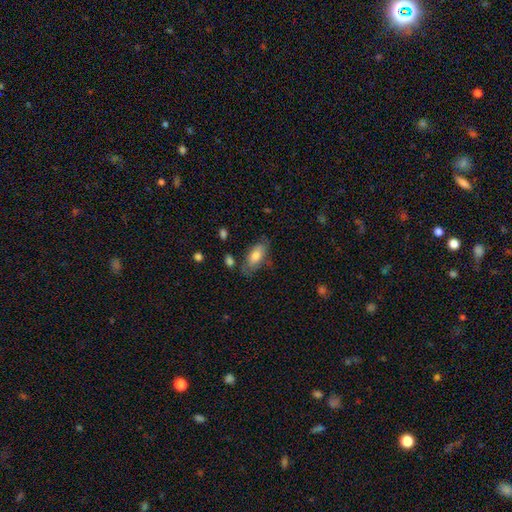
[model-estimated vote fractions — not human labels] A smooth galaxy with no disk features (74%) that is in between round and cigar-shaped (86%).

Vote fractions:
- Smooth or featured? smooth: 74% / featured or disk: 20% / star or artifact: 6%
- How rounded? in between: 86% / cigar-shaped: 11% / round: 3%
- Merging? none: 66% / minor disturbance: 23% / major disturbance: 7% / merger: 4%